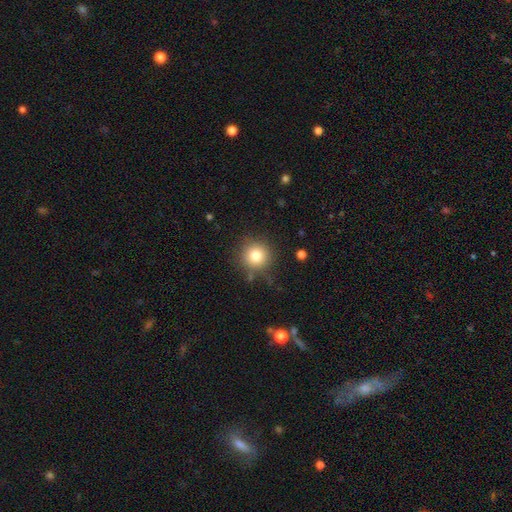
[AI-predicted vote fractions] smooth-or-featured: smooth: 80% | star or artifact: 12% | featured or disk: 8%
  how-rounded: round: 94% | in between: 5% | cigar-shaped: 1%
  merging: none: 84% | minor disturbance: 10% | major disturbance: 3% | merger: 3%